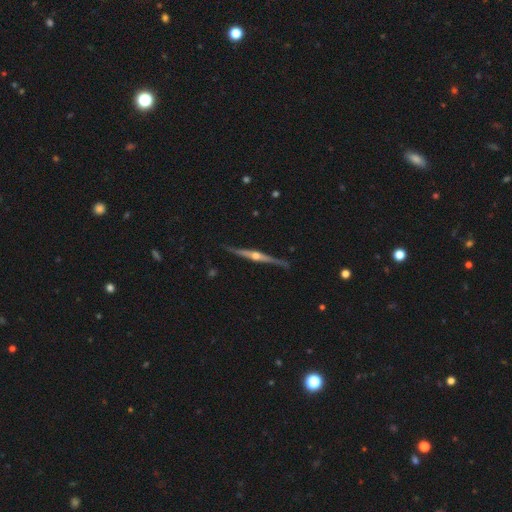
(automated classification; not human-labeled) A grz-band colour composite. It shows a featured or disk galaxy (87%) viewed edge-on (98%) with a rounded central bulge (94%). Merging: none (88%).